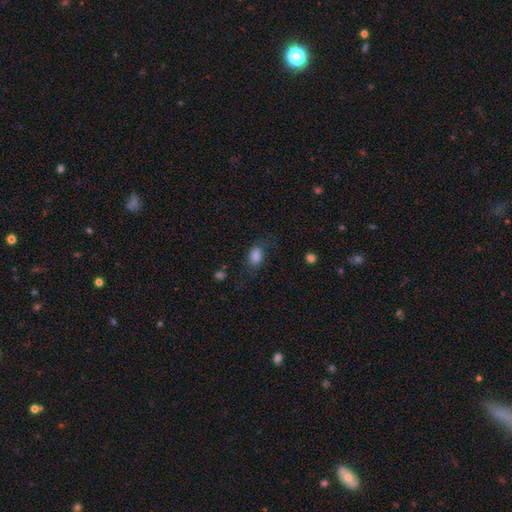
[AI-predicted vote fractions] smooth-or-featured: smooth: 82% | star or artifact: 10% | featured or disk: 8%
  how-rounded: in between: 82% | round: 15% | cigar-shaped: 2%
  merging: none: 60% | minor disturbance: 22% | major disturbance: 15% | merger: 2%